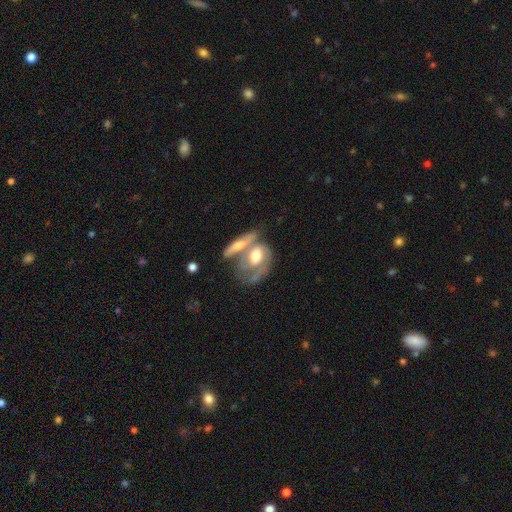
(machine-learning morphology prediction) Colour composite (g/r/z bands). It shows a featured or disk galaxy (61%) with no bar (63%), spiral arms (63%) and a moderate central bulge (63%). Merging: merger (50%).